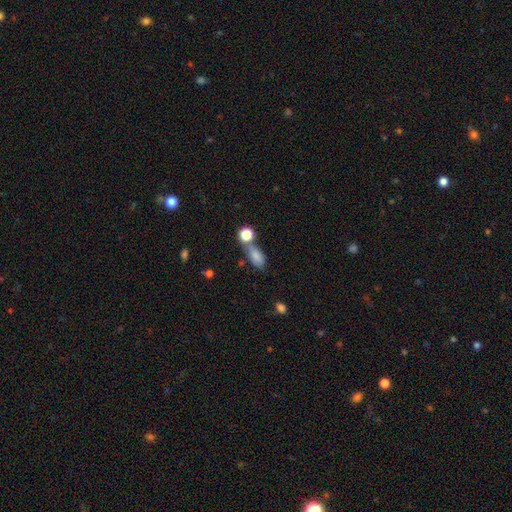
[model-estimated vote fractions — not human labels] Smooth or featured: smooth — 80% (star or artifact — 11%)
How rounded: in between — 81% (round — 10%)
Merging: none — 46% (merger — 29%)